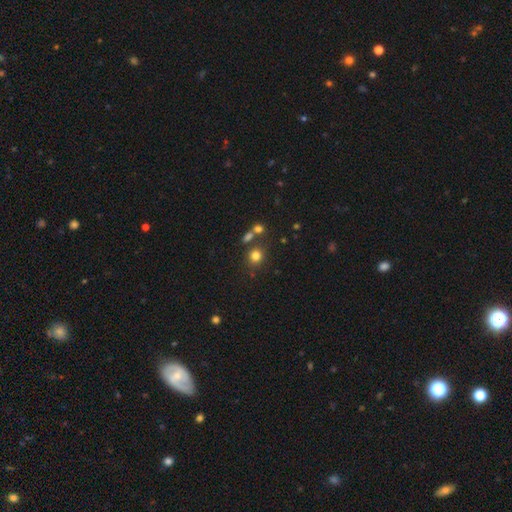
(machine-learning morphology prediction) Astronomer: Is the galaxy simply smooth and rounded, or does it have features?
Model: smooth — 78%.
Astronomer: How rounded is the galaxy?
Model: round — 81%.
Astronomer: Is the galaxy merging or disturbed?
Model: none — 71%.